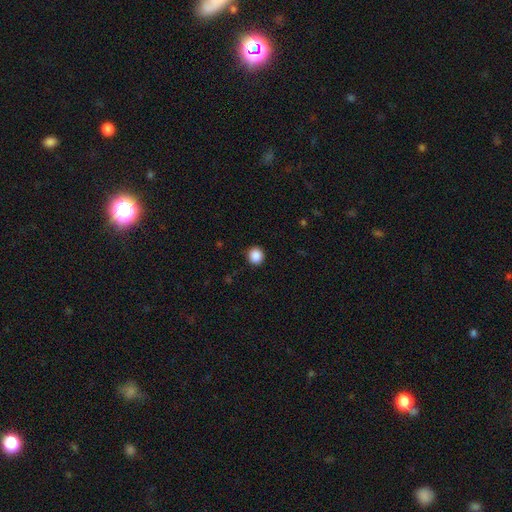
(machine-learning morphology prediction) This is clearly a smooth galaxy (88%). How rounded: clearly round (93%). Merging: clearly none (92%).